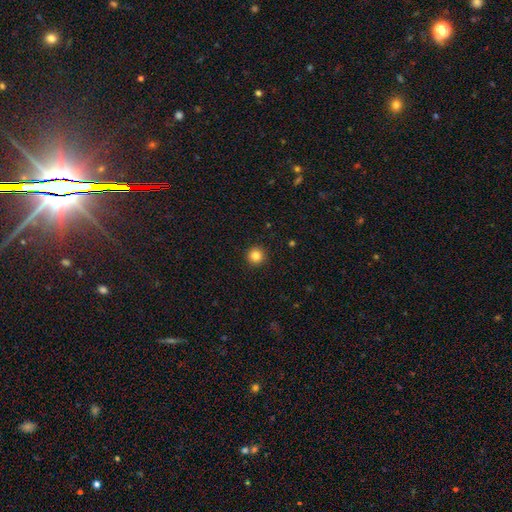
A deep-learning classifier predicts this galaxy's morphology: Smooth or featured: smooth — 84% (star or artifact — 11%)
How rounded: round — 96% (in between — 3%)
Merging: none — 93% (minor disturbance — 4%)